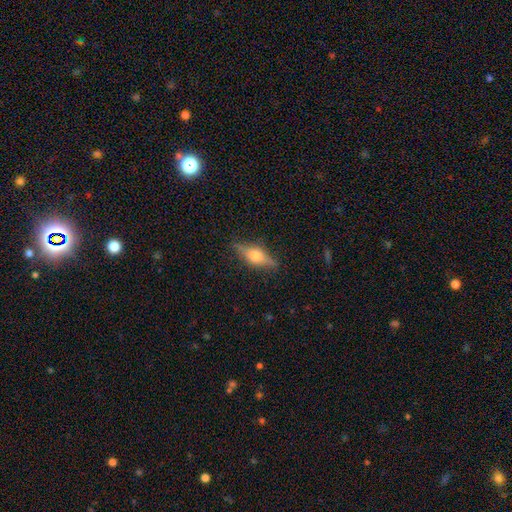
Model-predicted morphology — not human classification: smooth-or-featured: featured or disk: 64% | smooth: 29% | star or artifact: 8%
  disk-edge-on: yes: 95% | no: 5%
    edge-on-bulge: rounded: 92% | boxy: 6% | none: 2%
  merging: none: 85% | minor disturbance: 11% | major disturbance: 3% | merger: 1%